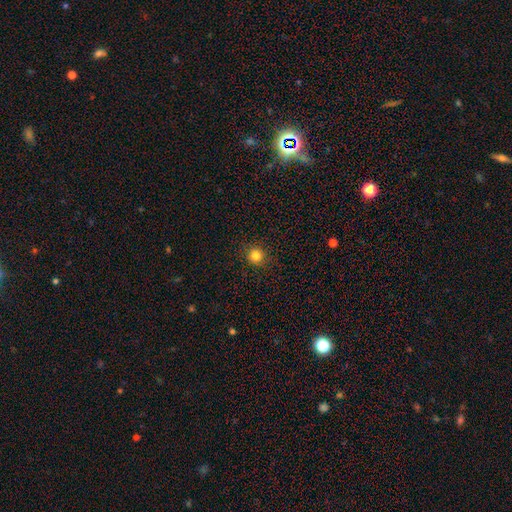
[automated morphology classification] A smooth galaxy with no disk features (83%) that is round (93%). Merging: none (91%).